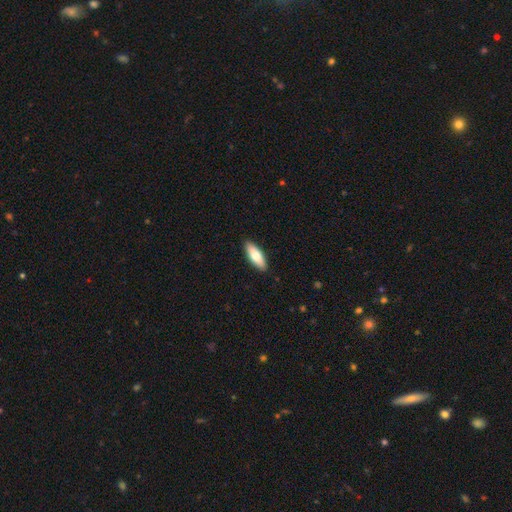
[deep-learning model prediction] A smooth galaxy with no disk features (73%) that is in between round and cigar-shaped (65%).

Vote fractions:
- Smooth or featured? smooth: 73% / featured or disk: 22% / star or artifact: 5%
- How rounded? in between: 65% / cigar-shaped: 33% / round: 2%
- Merging? none: 90% / minor disturbance: 7% / major disturbance: 2% / merger: 1%